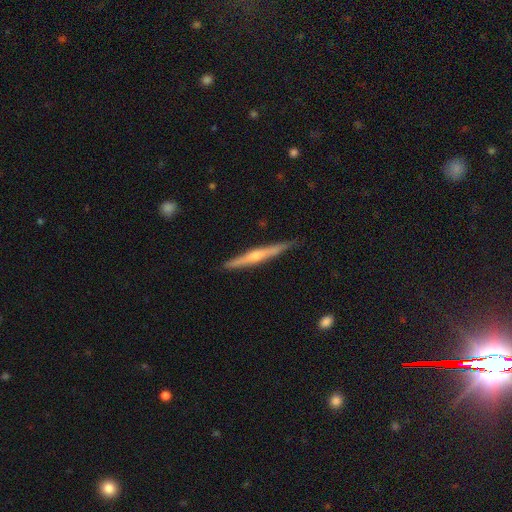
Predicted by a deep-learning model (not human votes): Smooth or featured? Predicted: featured or disk (p=0.75). Edge-on disk? Predicted: yes (p=0.98). Edge-on bulge? Predicted: rounded (p=0.83). Merging? Predicted: none (p=0.89).